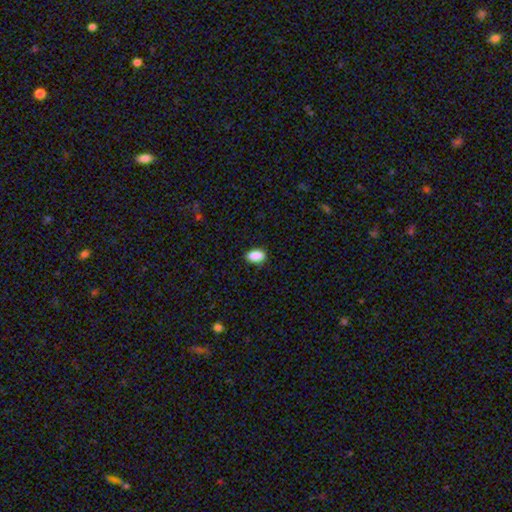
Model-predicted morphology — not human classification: This is clearly a smooth galaxy (89%). How rounded: clearly in between (90%). Merging: clearly none (85%).